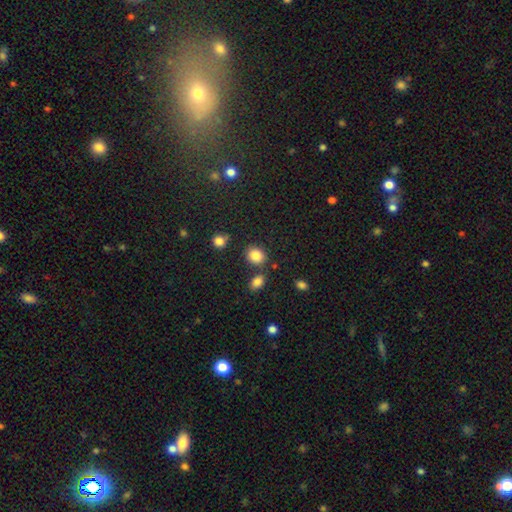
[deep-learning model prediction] Smooth or featured? Predicted: smooth (p=0.85). How rounded? Predicted: round (p=0.59). Merging? Predicted: none (p=0.75).